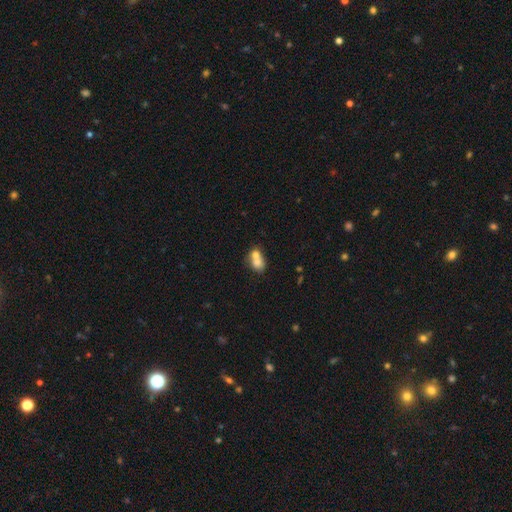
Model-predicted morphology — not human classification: Smooth or featured? smooth (71%)
How rounded? in between (59%)
Merging? merger (68%)